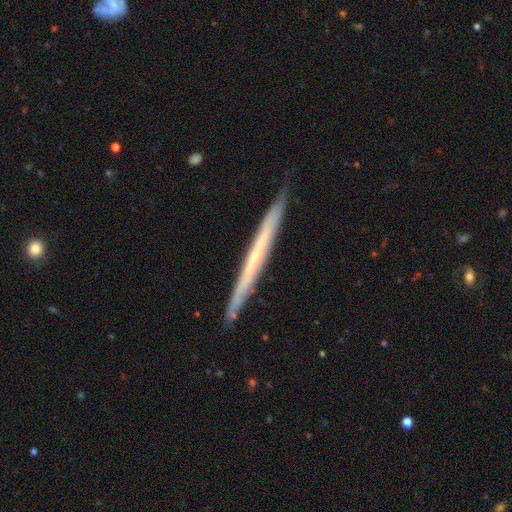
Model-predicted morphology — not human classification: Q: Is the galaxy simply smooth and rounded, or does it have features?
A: featured or disk — 65%.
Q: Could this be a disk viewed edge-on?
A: yes — 96%.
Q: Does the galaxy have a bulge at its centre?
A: none — 74%.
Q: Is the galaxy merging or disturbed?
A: none — 89%.